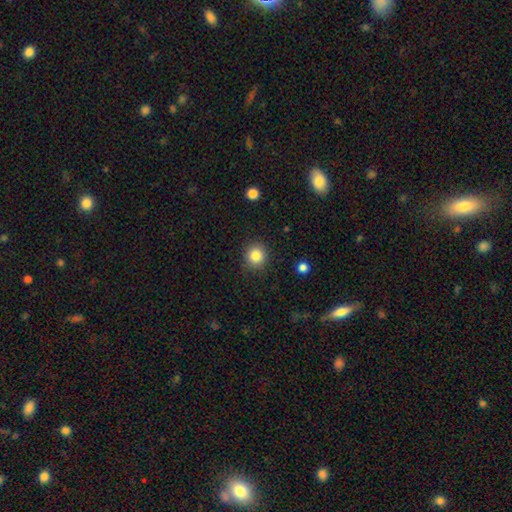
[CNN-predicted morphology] smooth_or_featured: smooth (p=0.84) [alt: star or artifact p=0.11]
how_rounded: round (p=0.89) [alt: in between p=0.10]
merging: none (p=0.89) [alt: minor disturbance p=0.07]